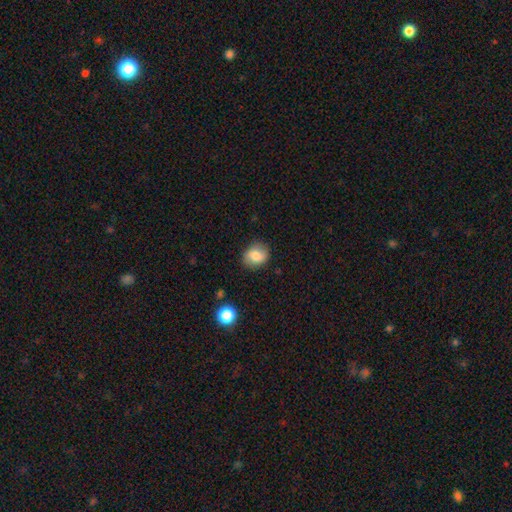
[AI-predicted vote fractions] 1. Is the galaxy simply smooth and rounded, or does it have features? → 79% smooth, 12% featured or disk, 9% star or artifact.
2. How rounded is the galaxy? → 61% round, 38% in between, 1% cigar-shaped.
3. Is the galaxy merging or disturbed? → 82% none, 13% minor disturbance, 3% major disturbance, 1% merger.